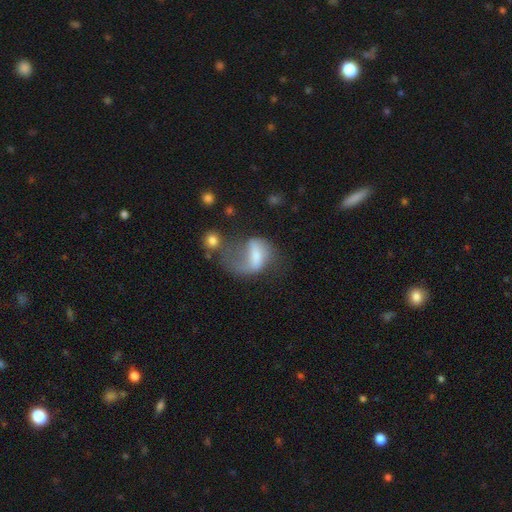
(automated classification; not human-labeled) Smooth or featured?
  - featured or disk: 50% *
  - smooth: 41%
  - star or artifact: 9%
Edge-on disk?
  - no: 96% *
  - yes: 4%
Merging?
  - major disturbance: 49% *
  - none: 19%
  - merger: 19%
  - minor disturbance: 14%